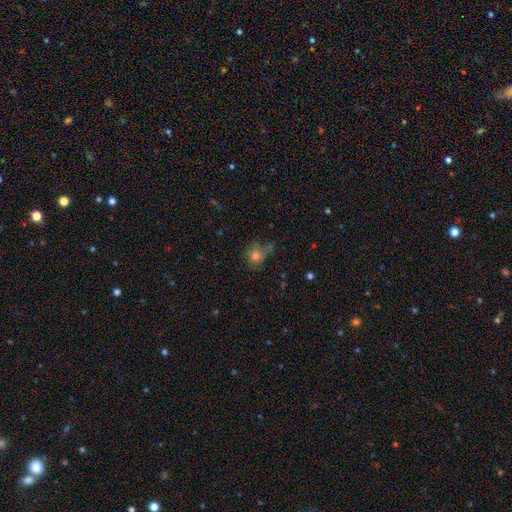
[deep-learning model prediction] Q: Smooth or featured?
A: smooth (69%); runner-up: star or artifact (17%)
Q: How rounded?
A: round (75%); runner-up: in between (23%)
Q: Merging?
A: none (56%); runner-up: minor disturbance (23%)